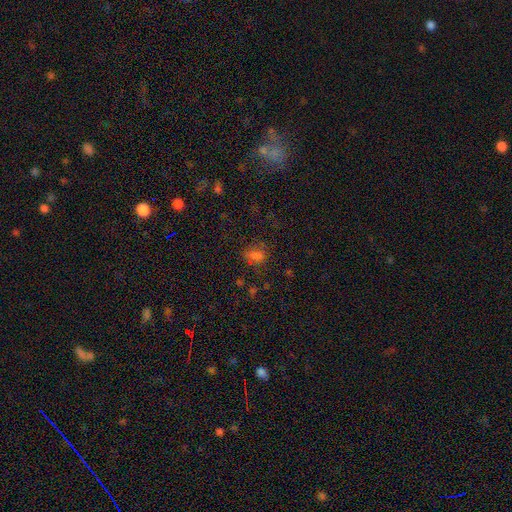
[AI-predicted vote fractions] Smooth or featured? Predicted: smooth (p=0.59). How rounded? Predicted: in between (p=0.67). Merging? Predicted: none (p=0.61).